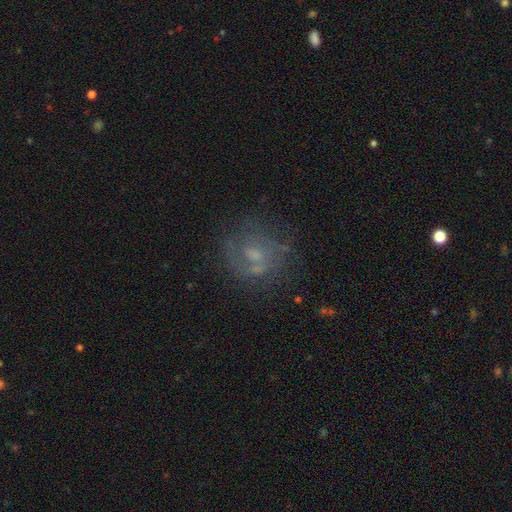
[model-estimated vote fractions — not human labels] smooth-or-featured: featured or disk: 58% | smooth: 27% | star or artifact: 14%
  disk-edge-on: no: 97% | yes: 3%
    bar: no: 63% | weak: 32% | strong: 5%
    has-spiral-arms: yes: 63% | no: 37%
    bulge-size: small: 43% | moderate: 35% | none: 18% | large: 3% | dominant: 1%
  merging: none: 63% | minor disturbance: 17% | major disturbance: 15% | merger: 5%